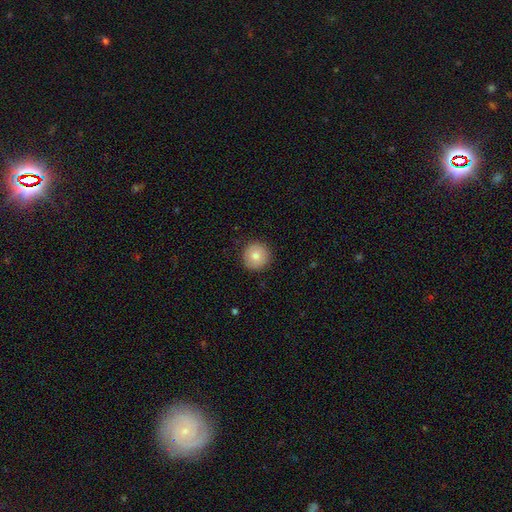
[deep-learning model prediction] This appears to be a smooth galaxy with no disk features (79%) that is round (95%). Merging: none (91%).